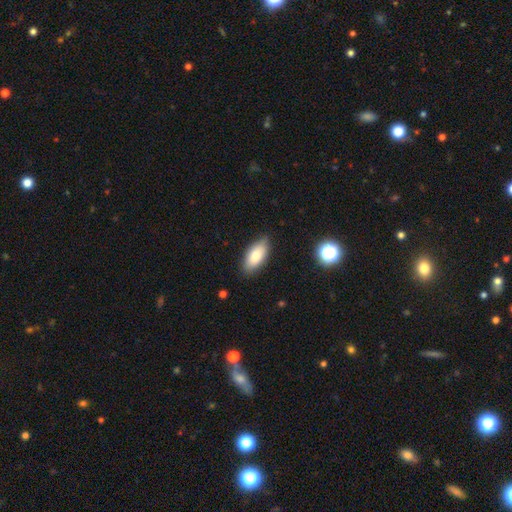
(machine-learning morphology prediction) smooth_or_featured: smooth (p=0.82) [alt: featured or disk p=0.12]
how_rounded: in between (p=0.88) [alt: cigar-shaped p=0.09]
merging: none (p=0.84) [alt: minor disturbance p=0.13]